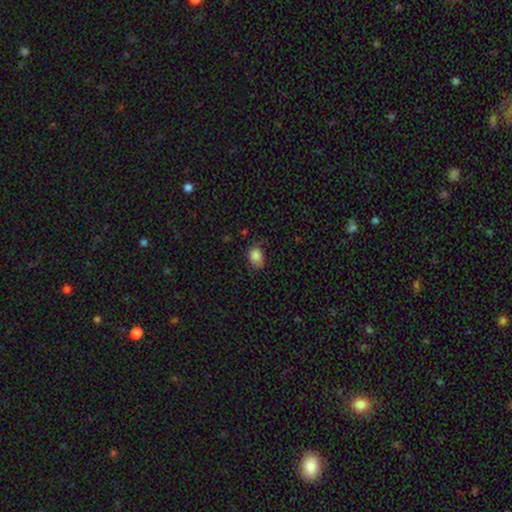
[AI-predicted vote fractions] Smooth or featured? smooth (86%)
How rounded? in between (64%)
Merging? none (59%)